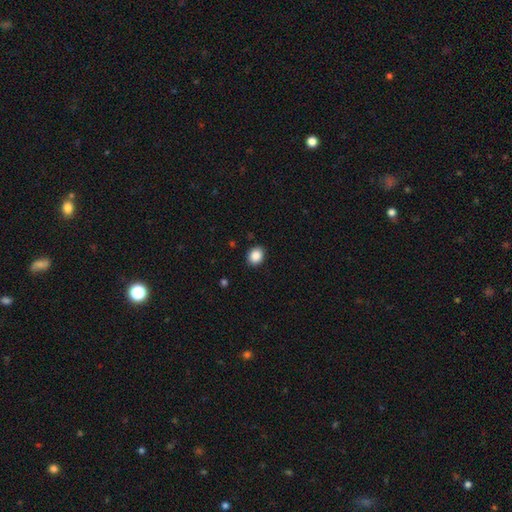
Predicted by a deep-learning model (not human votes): This is clearly a smooth galaxy (88%). How rounded: possibly round (56%). Merging: clearly none (89%).